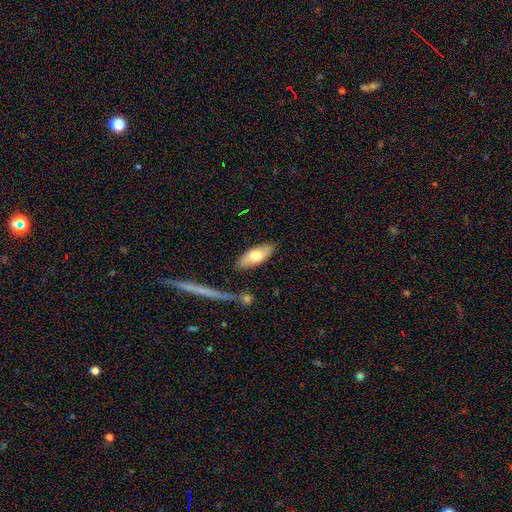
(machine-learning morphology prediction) smooth-or-featured: smooth: 66% | featured or disk: 28% | star or artifact: 6%
  how-rounded: in between: 72% | cigar-shaped: 25% | round: 3%
  merging: none: 80% | minor disturbance: 13% | merger: 4% | major disturbance: 3%